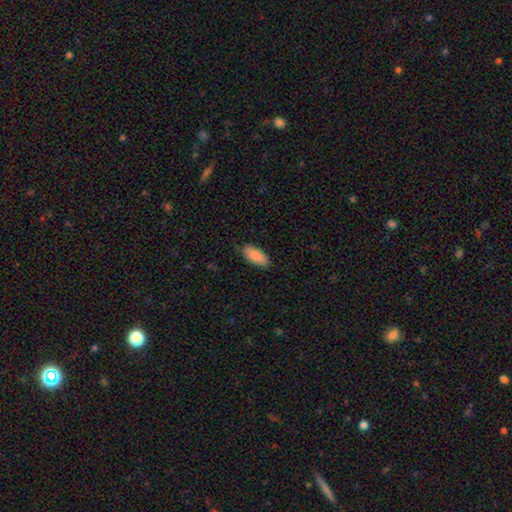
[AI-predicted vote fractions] A smooth galaxy with no disk features (89%) that is in between round and cigar-shaped (86%). Merging: none (84%).